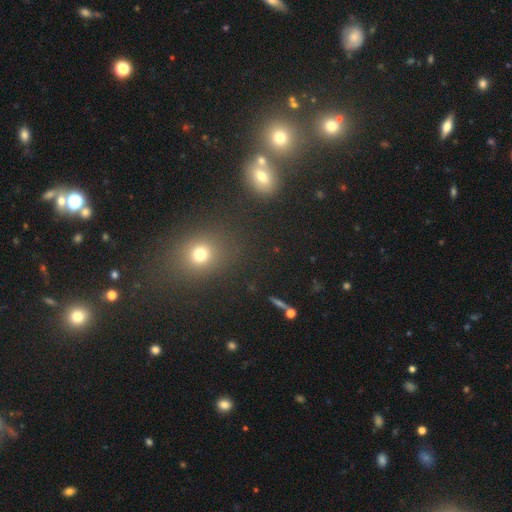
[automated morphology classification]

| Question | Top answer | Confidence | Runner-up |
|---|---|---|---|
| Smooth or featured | smooth | 51% | star or artifact (40%) |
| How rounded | round | 64% | in between (34%) |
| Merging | none | 77% | merger (9%) |